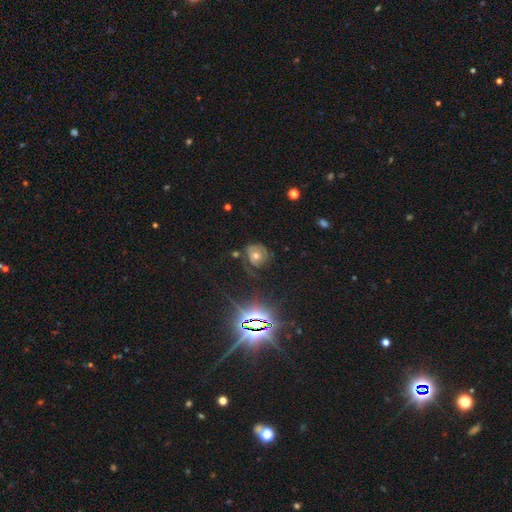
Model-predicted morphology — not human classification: A featured or disk galaxy (42%).

Vote fractions:
- Smooth or featured? featured or disk: 42% / star or artifact: 30% / smooth: 29%
- Merging? none: 66% / minor disturbance: 21% / major disturbance: 10% / merger: 4%